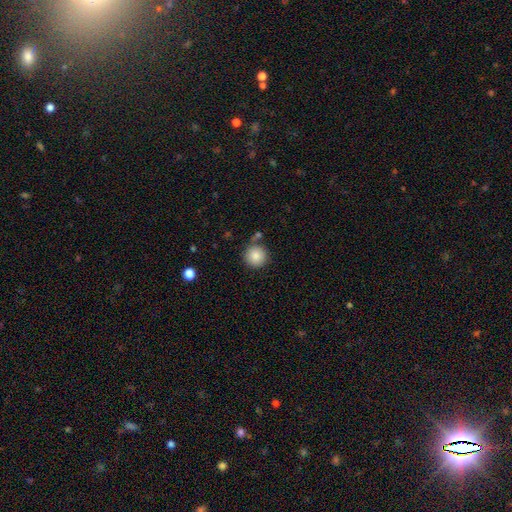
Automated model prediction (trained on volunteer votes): This is clearly a smooth galaxy (87%). How rounded: clearly round (95%). Merging: clearly none (81%).